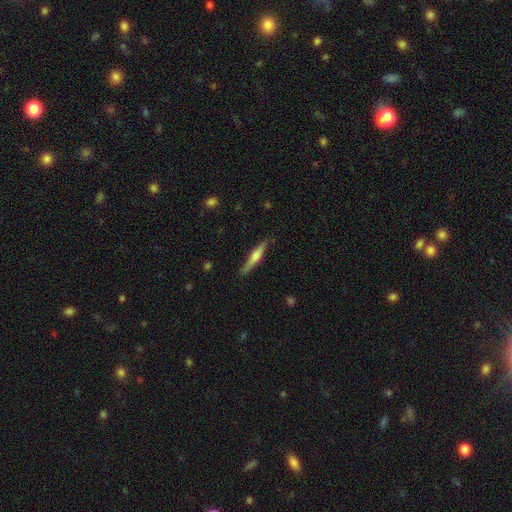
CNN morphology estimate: Q: Smooth or featured?
A: featured or disk (51%); runner-up: smooth (44%)
Q: Edge-on disk?
A: yes (96%); runner-up: no (4%)
Q: Merging?
A: none (85%); runner-up: minor disturbance (11%)